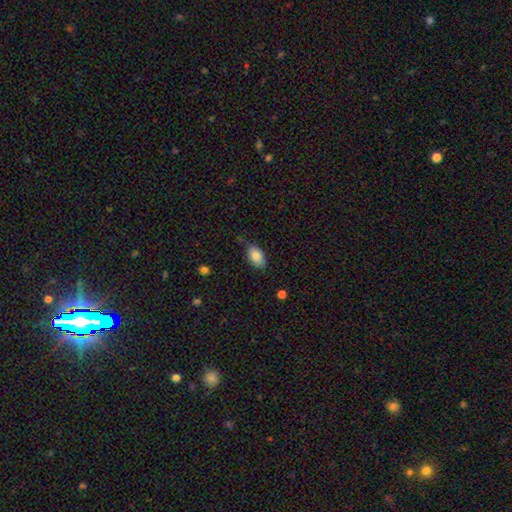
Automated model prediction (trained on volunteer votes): Q: Smooth or featured?
A: smooth (84%); runner-up: featured or disk (8%)
Q: How rounded?
A: in between (92%); runner-up: round (7%)
Q: Merging?
A: none (74%); runner-up: minor disturbance (20%)